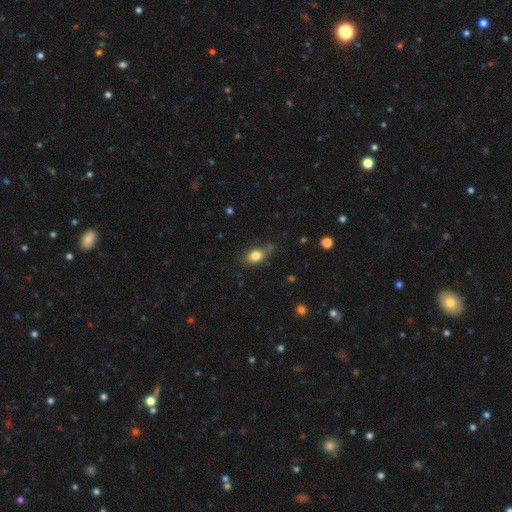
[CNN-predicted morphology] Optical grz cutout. It shows a smooth galaxy with no disk features (81%) that is in between round and cigar-shaped (78%). Merging: none (66%).